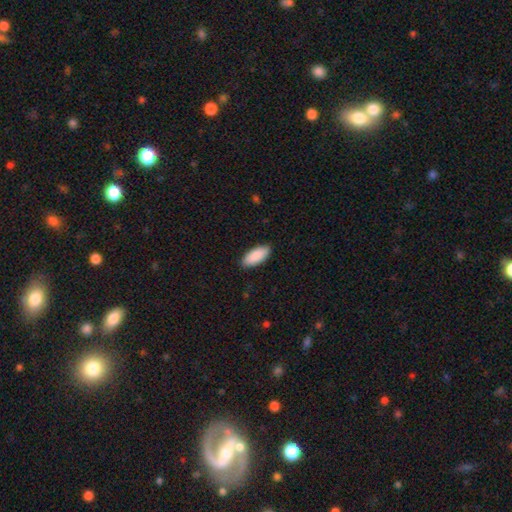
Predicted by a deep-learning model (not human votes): A smooth galaxy with no disk features (90%) that is in between round and cigar-shaped (87%). Merging: none (90%).